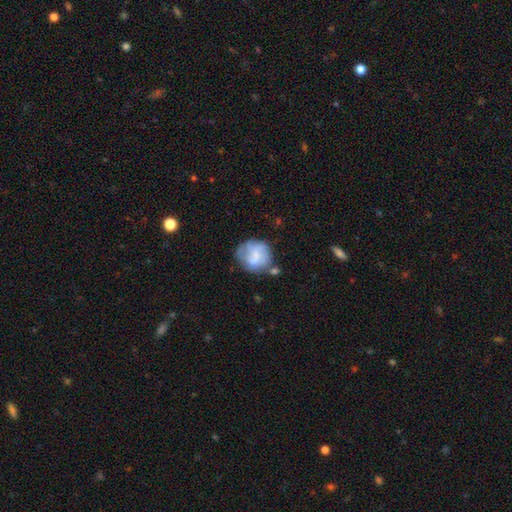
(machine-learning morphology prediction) Smooth or featured?
  - smooth: 47% *
  - featured or disk: 45%
  - star or artifact: 8%
Merging?
  - none: 49% *
  - minor disturbance: 23%
  - major disturbance: 15%
  - merger: 13%